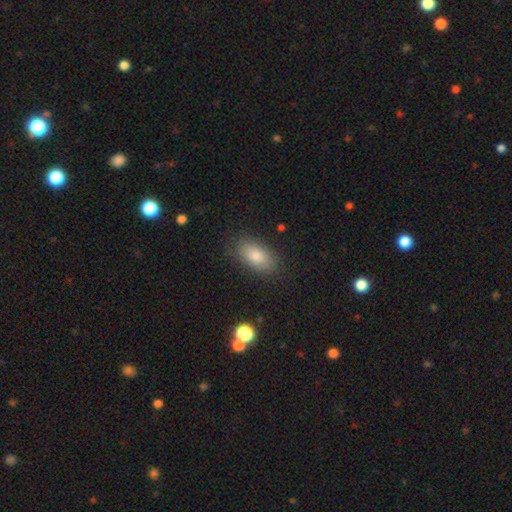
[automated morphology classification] type=smooth (82%); roundness=in between (91%); merging=none (85%).